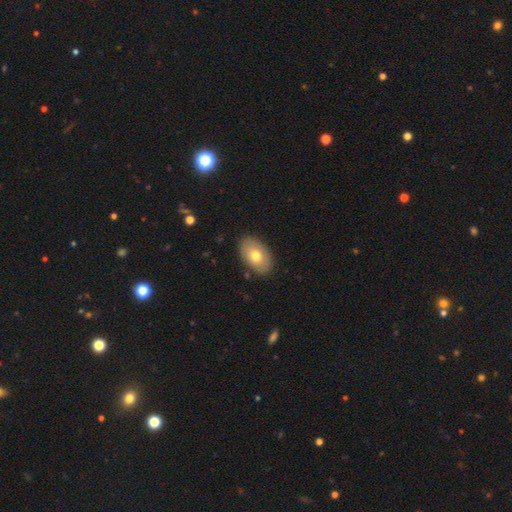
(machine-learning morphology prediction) Q: Smooth or featured?
A: smooth (70%); runner-up: featured or disk (24%)
Q: How rounded?
A: in between (91%); runner-up: round (8%)
Q: Merging?
A: none (87%); runner-up: minor disturbance (10%)